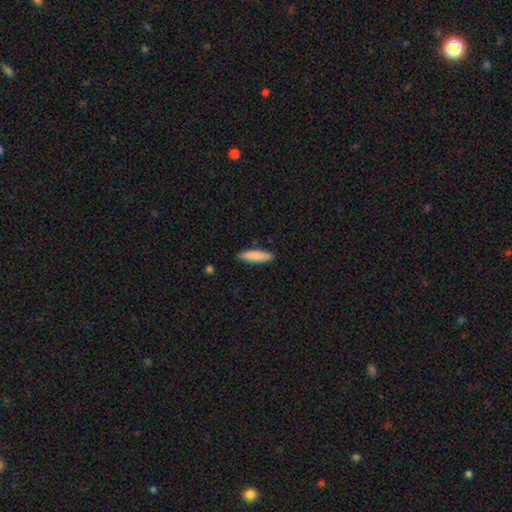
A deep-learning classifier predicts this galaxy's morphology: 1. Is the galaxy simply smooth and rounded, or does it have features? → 87% smooth, 8% featured or disk, 6% star or artifact.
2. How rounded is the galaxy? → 72% cigar-shaped, 27% in between, 1% round.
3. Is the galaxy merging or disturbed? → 88% none, 9% minor disturbance, 2% major disturbance, 1% merger.